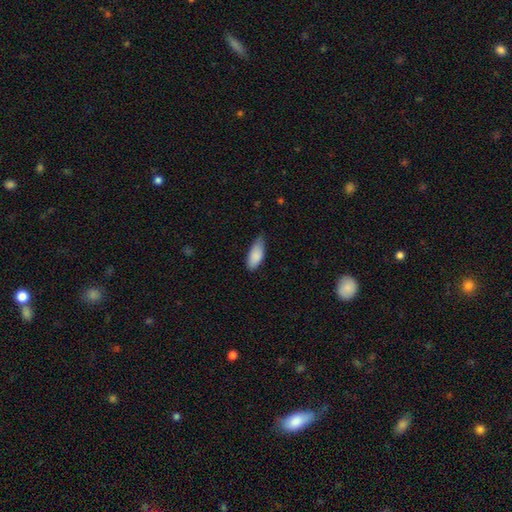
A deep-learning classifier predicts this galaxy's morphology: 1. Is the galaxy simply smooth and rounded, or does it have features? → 88% smooth, 6% star or artifact, 6% featured or disk.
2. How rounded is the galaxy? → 85% in between, 13% cigar-shaped, 2% round.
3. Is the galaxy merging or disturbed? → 57% none, 37% minor disturbance, 5% major disturbance, 1% merger.